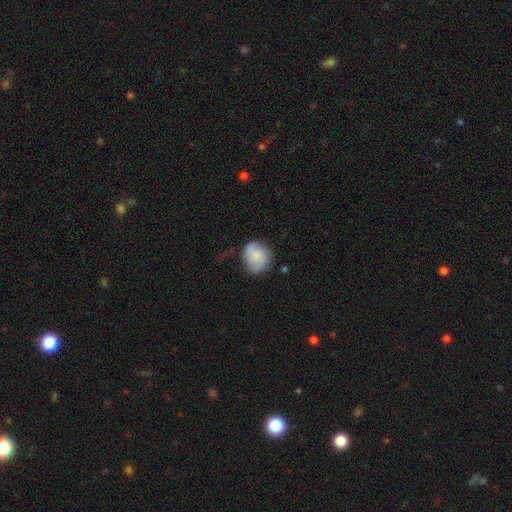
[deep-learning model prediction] smooth-or-featured: smooth: 72% | featured or disk: 21% | star or artifact: 8%
  how-rounded: round: 67% | in between: 32% | cigar-shaped: 1%
  merging: none: 61% | minor disturbance: 27% | major disturbance: 9% | merger: 3%